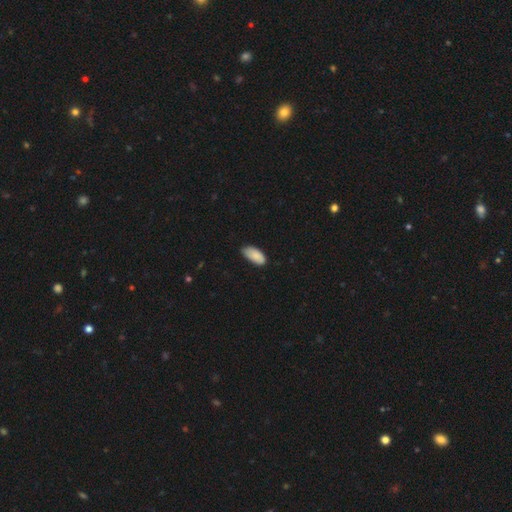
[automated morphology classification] smooth-or-featured: smooth: 87% | featured or disk: 7% | star or artifact: 6%
  how-rounded: in between: 93% | cigar-shaped: 5% | round: 2%
  merging: none: 66% | minor disturbance: 29% | major disturbance: 3% | merger: 1%